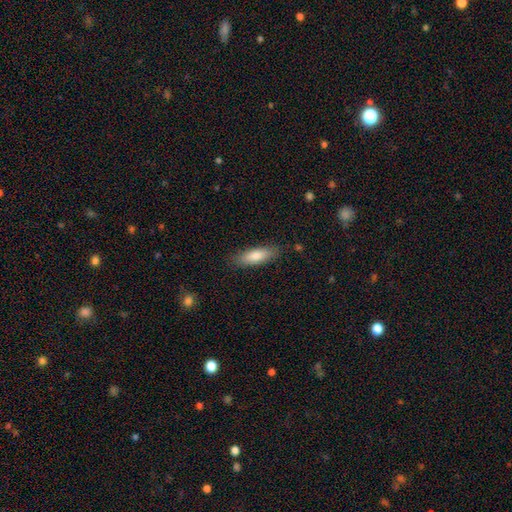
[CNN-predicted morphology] Overall: smooth (78%). How rounded: cigar-shaped (51%; in between 47%). Merging: none (85%).